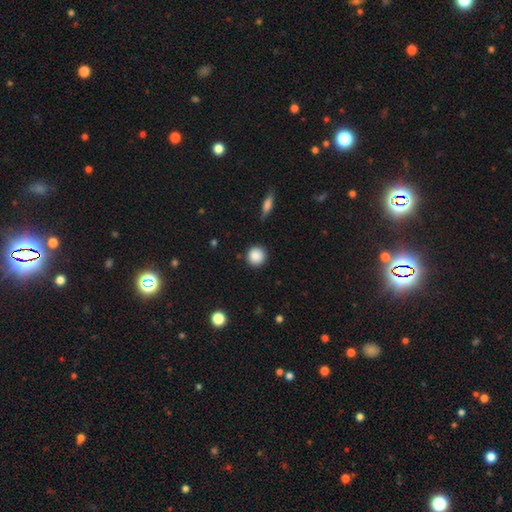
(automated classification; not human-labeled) The model was most divided on "smooth or featured": smooth: 88%, star or artifact: 8%, featured or disk: 4%. More confident: how rounded — round (93%); merging — none (89%).